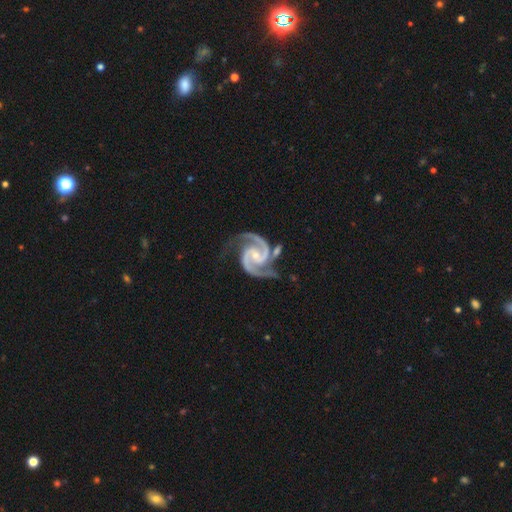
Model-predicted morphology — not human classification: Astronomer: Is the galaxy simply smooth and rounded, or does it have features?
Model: featured or disk — 95%.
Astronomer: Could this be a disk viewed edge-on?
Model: no — 98%.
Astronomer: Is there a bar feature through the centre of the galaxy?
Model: no — 43% (runner-up: weak, 39%).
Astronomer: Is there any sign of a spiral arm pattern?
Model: yes — 99%.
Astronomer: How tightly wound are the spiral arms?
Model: medium — 62%.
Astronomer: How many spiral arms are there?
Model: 2 — 93%.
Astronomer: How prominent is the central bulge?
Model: small — 65%.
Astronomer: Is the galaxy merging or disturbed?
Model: none — 64%.